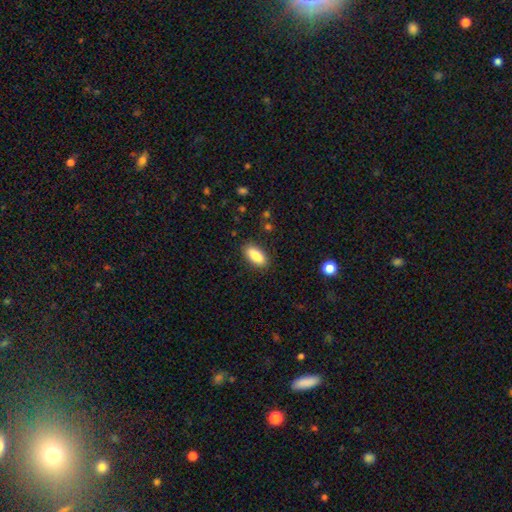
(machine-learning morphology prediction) The model was most divided on "how rounded": in between: 85%, cigar-shaped: 13%, round: 2%. More confident: smooth or featured — smooth (88%); merging — none (87%).